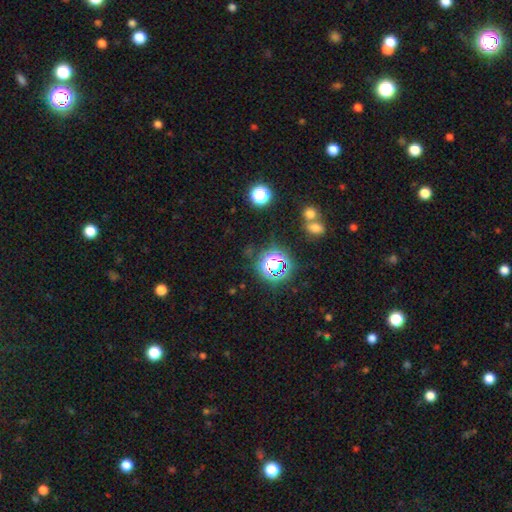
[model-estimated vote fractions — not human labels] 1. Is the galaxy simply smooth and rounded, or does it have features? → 75% star or artifact, 18% smooth, 8% featured or disk.